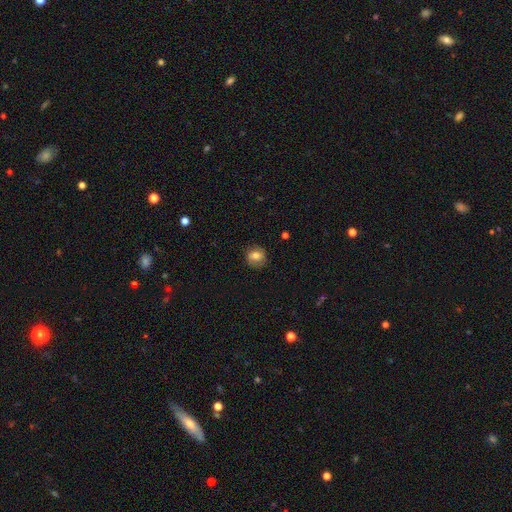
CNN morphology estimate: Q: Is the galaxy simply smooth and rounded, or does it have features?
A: smooth — 70%.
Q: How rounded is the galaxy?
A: round — 81%.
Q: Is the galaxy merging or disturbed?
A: none — 82%.